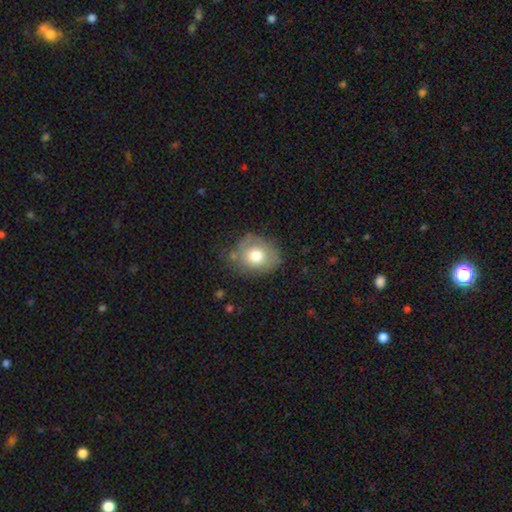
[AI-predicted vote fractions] Smooth or featured? smooth (70%)
How rounded? round (57%)
Merging? none (65%)